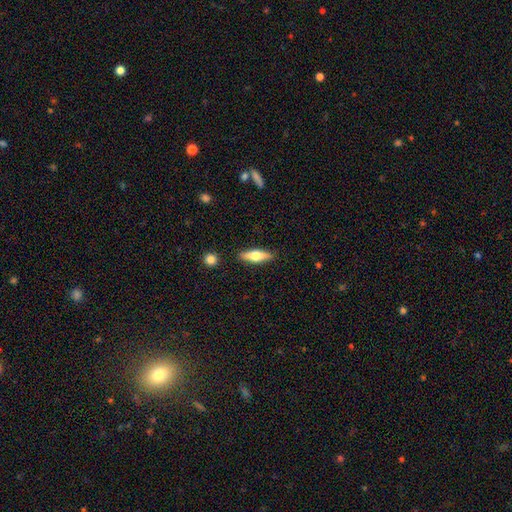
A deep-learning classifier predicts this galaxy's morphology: Q: Smooth or featured?
A: smooth (54%); runner-up: featured or disk (40%)
Q: How rounded?
A: cigar-shaped (52%); runner-up: in between (46%)
Q: Merging?
A: none (88%); runner-up: minor disturbance (8%)